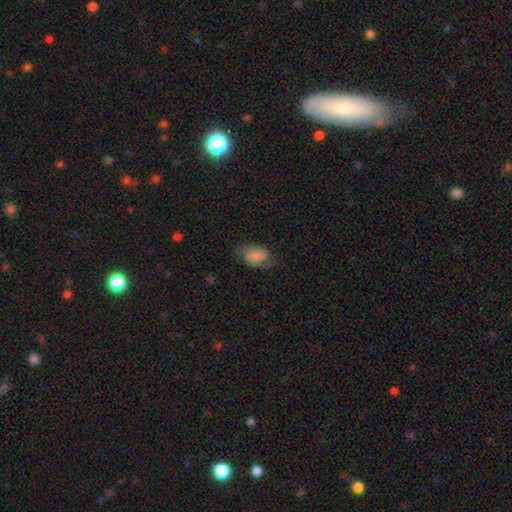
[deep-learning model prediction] smooth_or_featured: smooth (p=0.61) [alt: featured or disk p=0.31]
how_rounded: in between (p=0.86) [alt: round p=0.13]
merging: none (p=0.55) [alt: minor disturbance p=0.28]